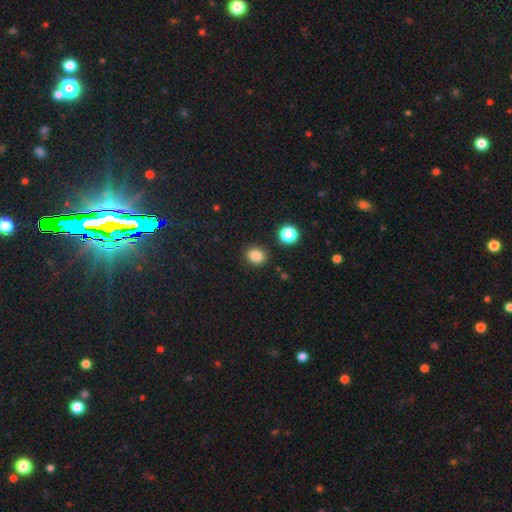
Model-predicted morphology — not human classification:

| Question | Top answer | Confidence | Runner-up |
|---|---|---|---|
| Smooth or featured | smooth | 83% | star or artifact (12%) |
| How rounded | round | 75% | in between (24%) |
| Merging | none | 88% | minor disturbance (7%) |